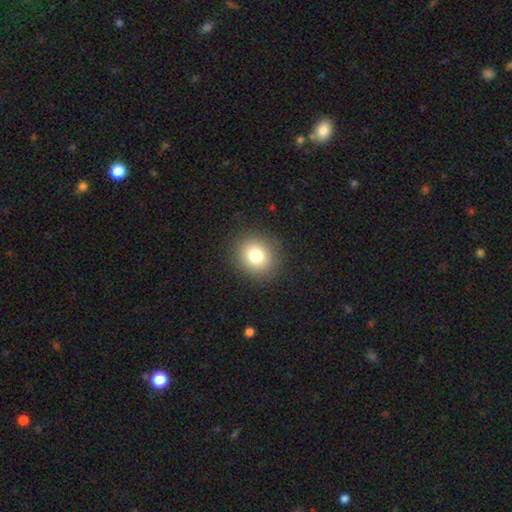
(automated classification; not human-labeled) Q: Smooth or featured?
A: smooth (80%); runner-up: star or artifact (12%)
Q: How rounded?
A: round (80%); runner-up: in between (19%)
Q: Merging?
A: none (90%); runner-up: minor disturbance (7%)